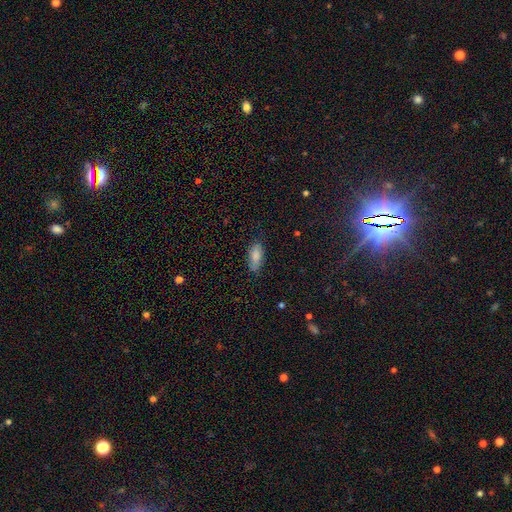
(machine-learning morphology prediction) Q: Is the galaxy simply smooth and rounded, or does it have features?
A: smooth — 81%.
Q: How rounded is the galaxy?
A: in between — 86%.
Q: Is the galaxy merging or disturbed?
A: none — 75%.